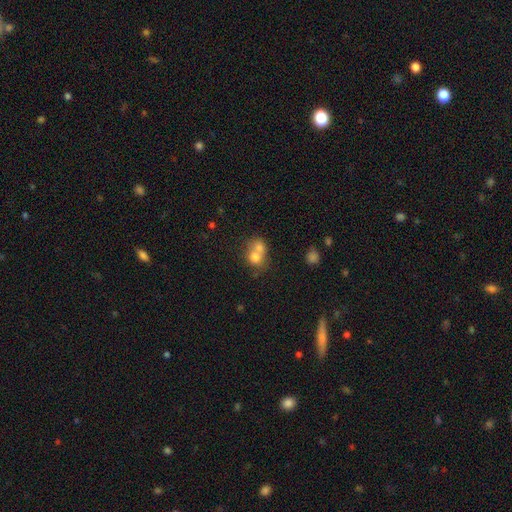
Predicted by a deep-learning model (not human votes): smooth 70%, featured or disk 19%, star or artifact 11%. Down the decision tree: how rounded — round (67%); merging — merger (67%).